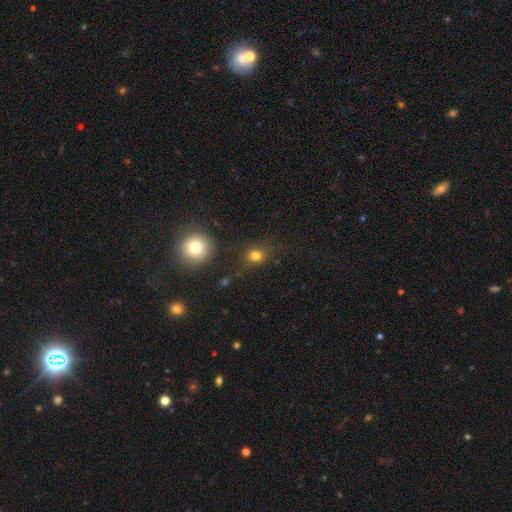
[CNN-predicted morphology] smooth_or_featured: smooth (p=0.79) [alt: star or artifact p=0.14]
how_rounded: round (p=0.73) [alt: in between p=0.26]
merging: none (p=0.79) [alt: minor disturbance p=0.12]